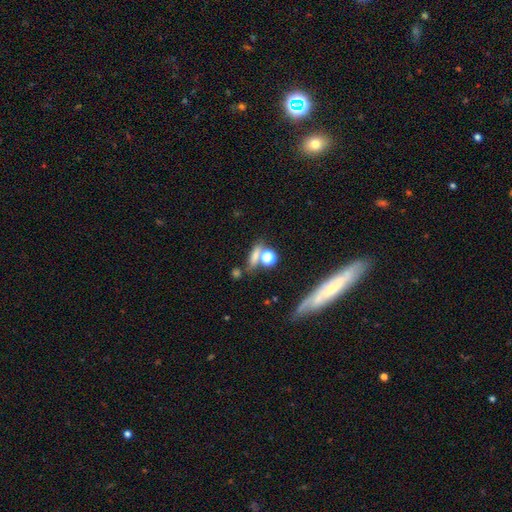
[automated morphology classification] type=smooth (62%); roundness=cigar-shaped (45%); merging=none (64%).